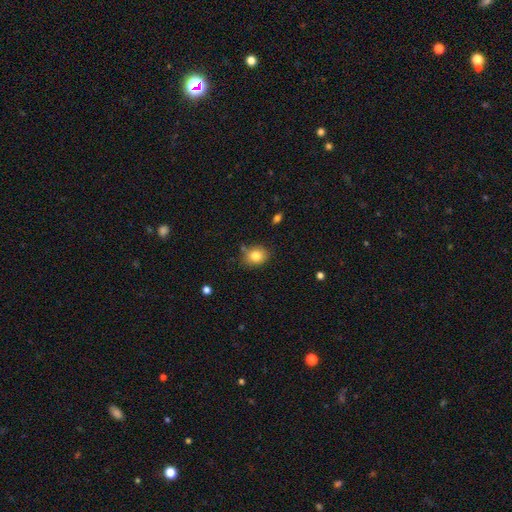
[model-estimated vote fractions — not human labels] Smooth or featured? smooth (82%)
How rounded? round (56%)
Merging? none (75%)